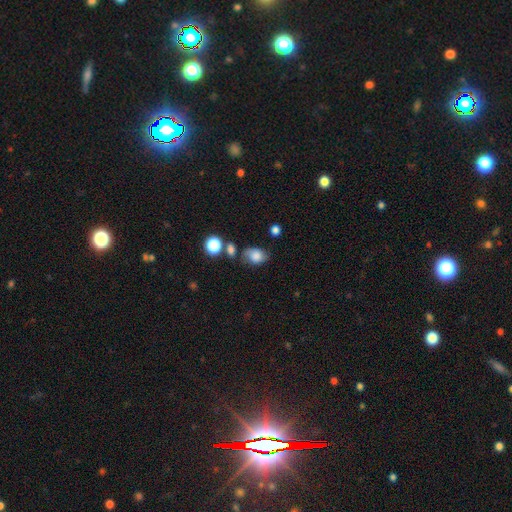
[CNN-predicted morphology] smooth_or_featured: smooth (p=0.72) [alt: featured or disk p=0.17]
how_rounded: in between (p=0.69) [alt: round p=0.30]
merging: none (p=0.53) [alt: minor disturbance p=0.28]